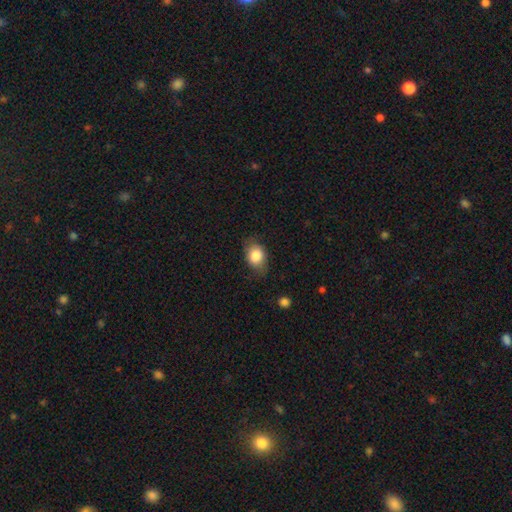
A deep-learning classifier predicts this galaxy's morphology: The model was most divided on "how rounded": in between: 71%, round: 28%, cigar-shaped: 1%. More confident: smooth or featured — smooth (82%); merging — none (73%).